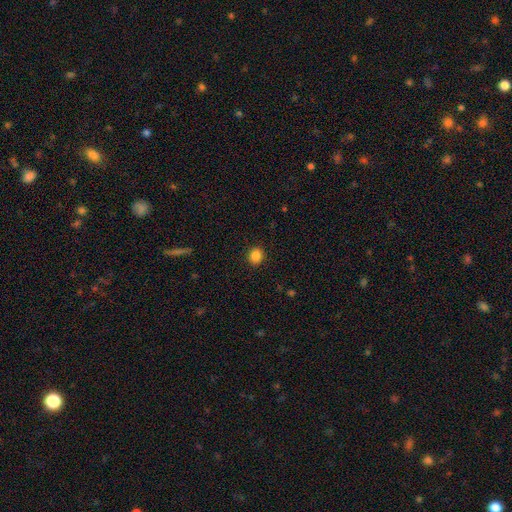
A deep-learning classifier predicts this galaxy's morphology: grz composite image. It shows a smooth galaxy with no disk features (86%) that is round (73%). Merging: none (91%).